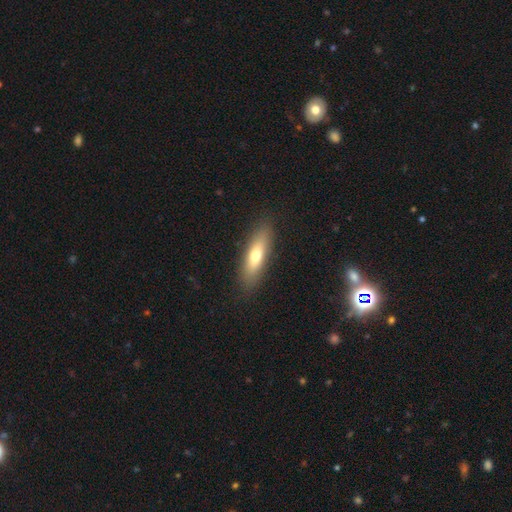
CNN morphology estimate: Smooth or featured? Predicted: smooth (p=0.68). How rounded? Predicted: cigar-shaped (p=0.54). Merging? Predicted: none (p=0.86).